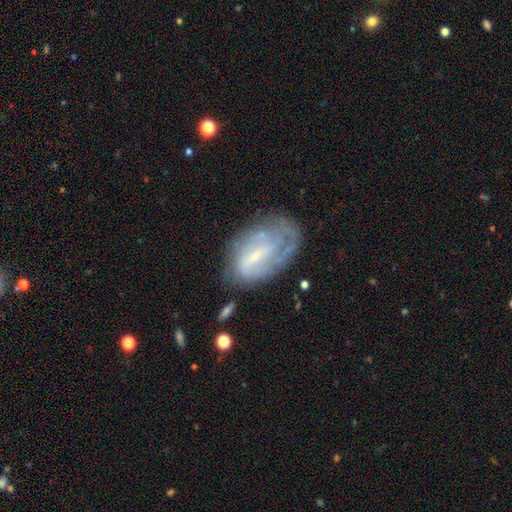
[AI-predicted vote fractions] Smooth or featured? Predicted: featured or disk (p=0.68). Edge-on disk? Predicted: no (p=0.95). Bar? Predicted: weak (p=0.50). Spiral arms? Predicted: yes (p=0.77). Bulge size? Predicted: small (p=0.59). Merging? Predicted: none (p=0.55).